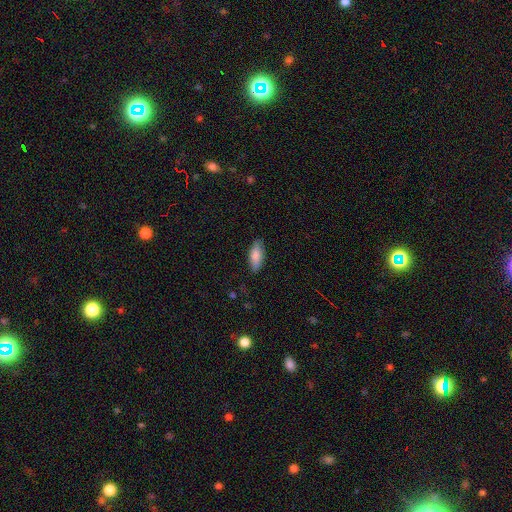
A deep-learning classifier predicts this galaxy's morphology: Overall: smooth (83%). How rounded: in between (78%). Merging: none (82%).